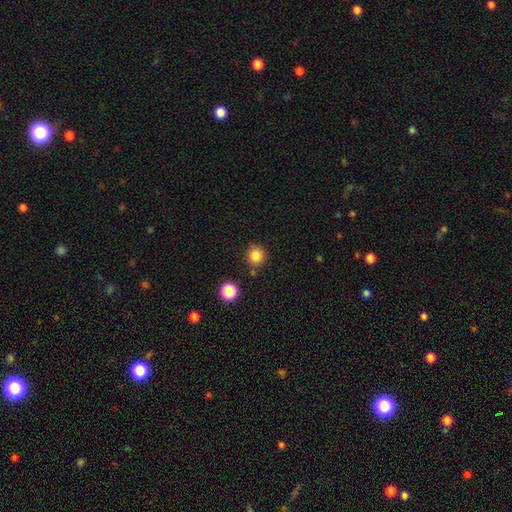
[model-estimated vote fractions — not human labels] Morphology: type=smooth (83%); roundness=round (93%); merging=none (84%).